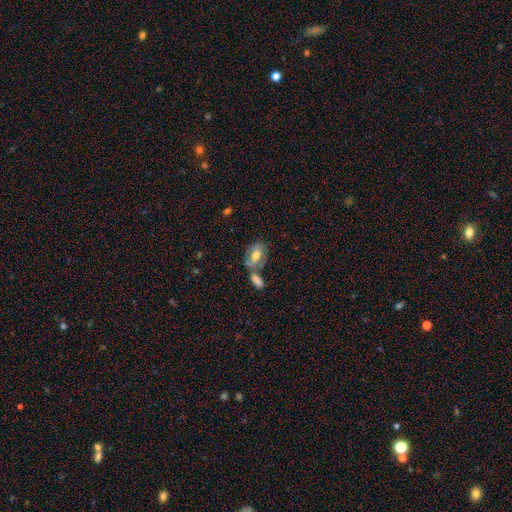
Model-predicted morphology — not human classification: Smooth or featured?
  - smooth: 59% *
  - featured or disk: 33%
  - star or artifact: 8%
How rounded?
  - in between: 85% *
  - round: 9%
  - cigar-shaped: 5%
Merging?
  - none: 43% *
  - merger: 35%
  - minor disturbance: 15%
  - major disturbance: 7%